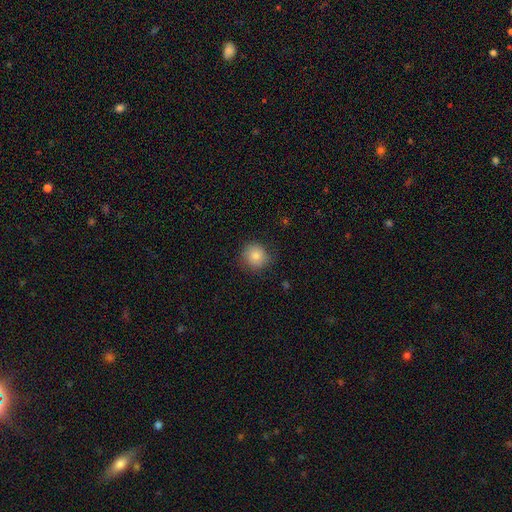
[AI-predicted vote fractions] smooth 84%, star or artifact 9%, featured or disk 7%. Down the decision tree: how rounded — round (87%); merging — none (81%).